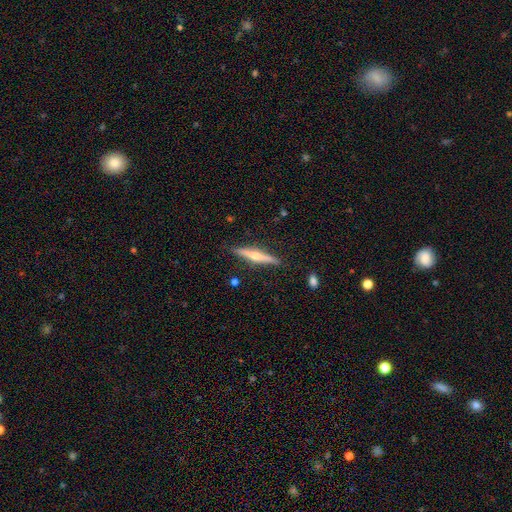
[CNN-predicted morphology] This is likely a featured or disk galaxy (66%). It is clearly viewed edge-on (97%). Edge-on bulge: clearly rounded (88%). Merging: clearly none (88%).